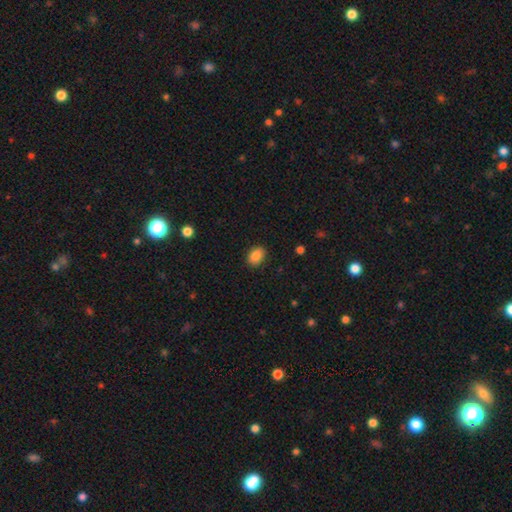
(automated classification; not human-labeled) Smooth or featured? smooth (87%)
How rounded? in between (75%)
Merging? none (89%)